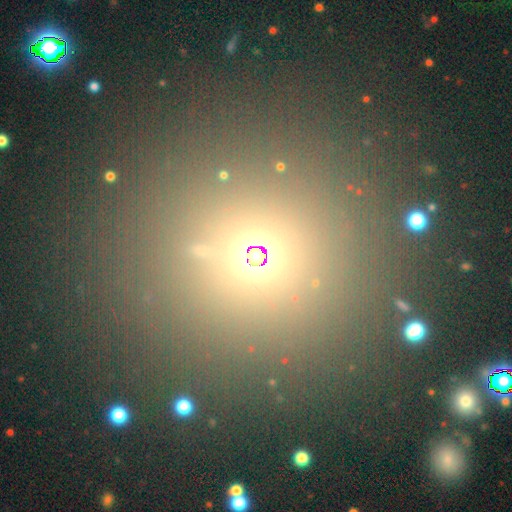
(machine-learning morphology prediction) A smooth galaxy with no disk features (53%) that is round (78%).

Vote fractions:
- Smooth or featured? smooth: 53% / star or artifact: 38% / featured or disk: 9%
- How rounded? round: 78% / in between: 19% / cigar-shaped: 2%
- Merging? none: 80% / minor disturbance: 9% / merger: 6% / major disturbance: 5%